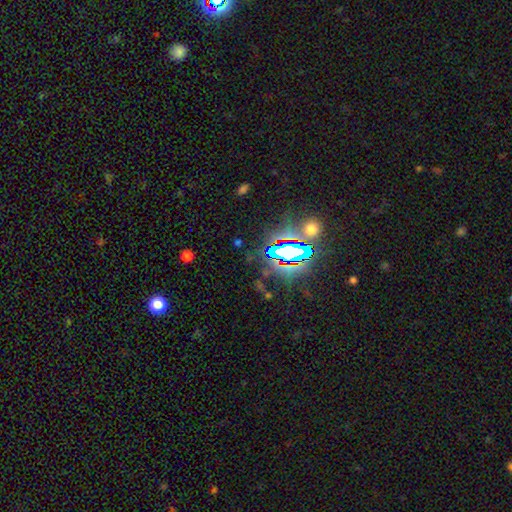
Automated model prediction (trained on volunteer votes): This is likely a star or artifact rather than a galaxy (78%).